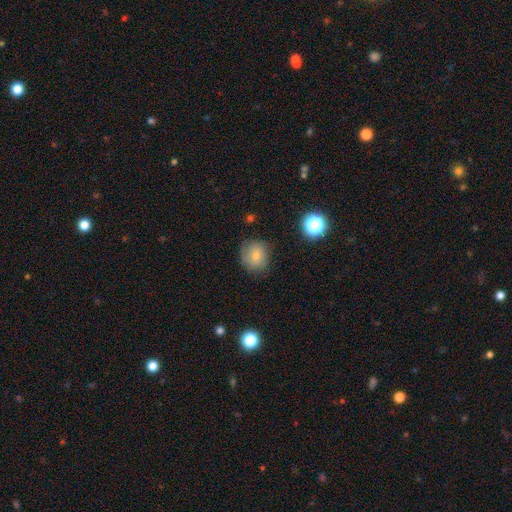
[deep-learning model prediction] The model was most divided on "smooth or featured": smooth: 72%, featured or disk: 16%, star or artifact: 12%. More confident: how rounded — round (83%); merging — none (75%).